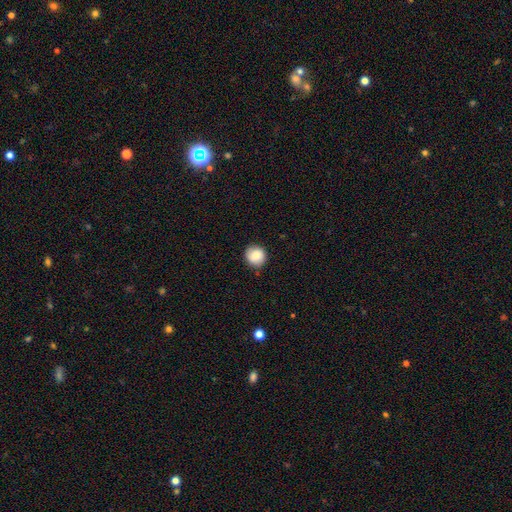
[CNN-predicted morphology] smooth 86%, star or artifact 8%, featured or disk 5%. Down the decision tree: how rounded — round (92%); merging — none (89%).